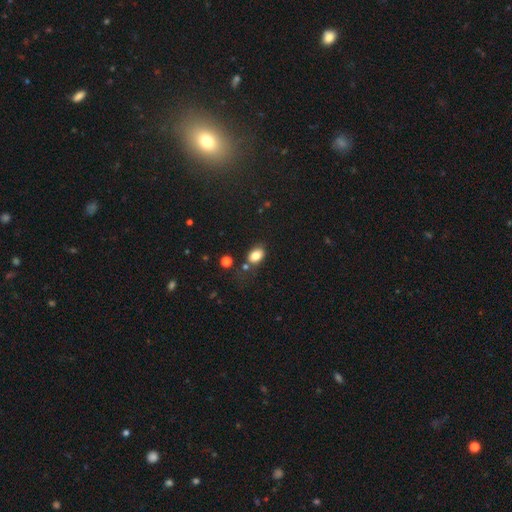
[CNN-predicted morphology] A smooth galaxy with no disk features (82%) that is in between round and cigar-shaped (81%).

Vote fractions:
- Smooth or featured? smooth: 82% / star or artifact: 10% / featured or disk: 8%
- How rounded? in between: 81% / round: 18% / cigar-shaped: 2%
- Merging? none: 66% / minor disturbance: 18% / merger: 10% / major disturbance: 6%